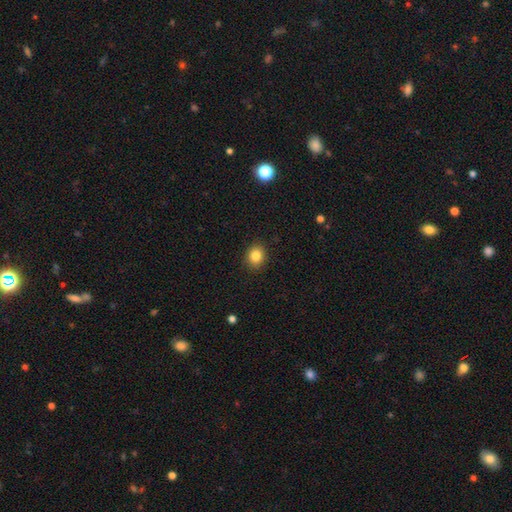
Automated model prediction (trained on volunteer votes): Smooth or featured? Predicted: smooth (p=0.84). How rounded? Predicted: round (p=0.67). Merging? Predicted: none (p=0.90).